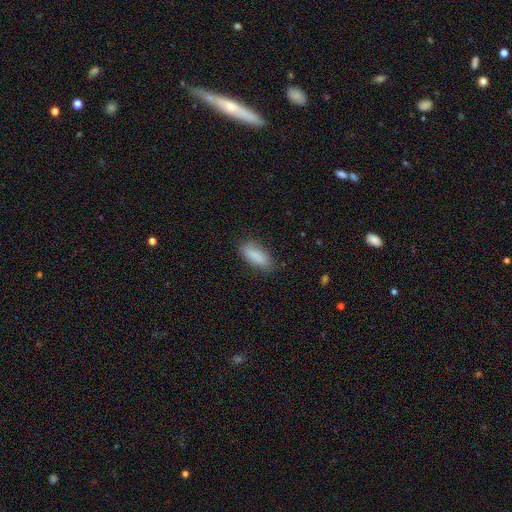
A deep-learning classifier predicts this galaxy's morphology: The model was most divided on "how rounded": in between: 69%, cigar-shaped: 29%, round: 2%. More confident: smooth or featured — smooth (85%); merging — none (77%).